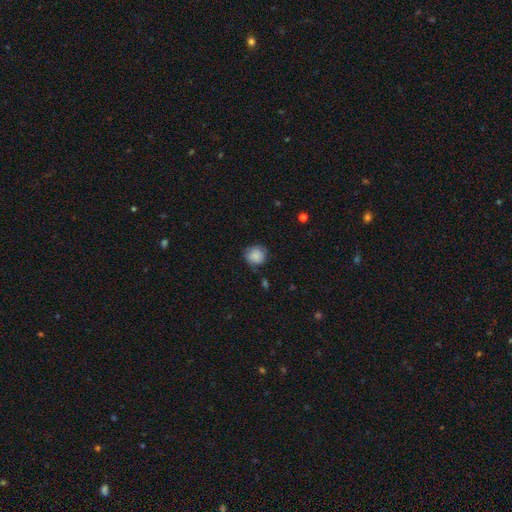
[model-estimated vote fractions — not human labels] This is clearly a smooth galaxy (83%). How rounded: clearly round (87%). Merging: likely none (73%).